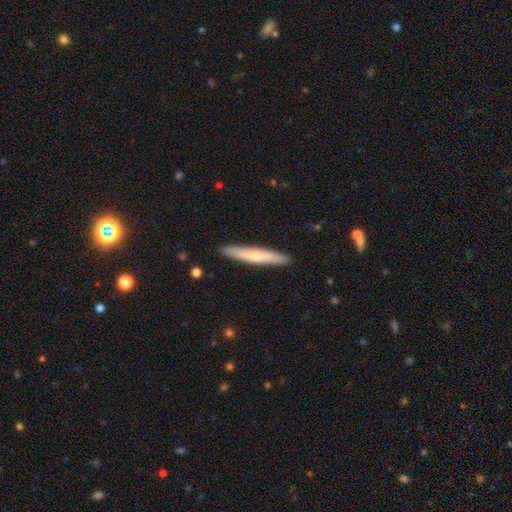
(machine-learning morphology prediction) Smooth or featured? smooth (56%)
How rounded? cigar-shaped (94%)
Merging? none (91%)